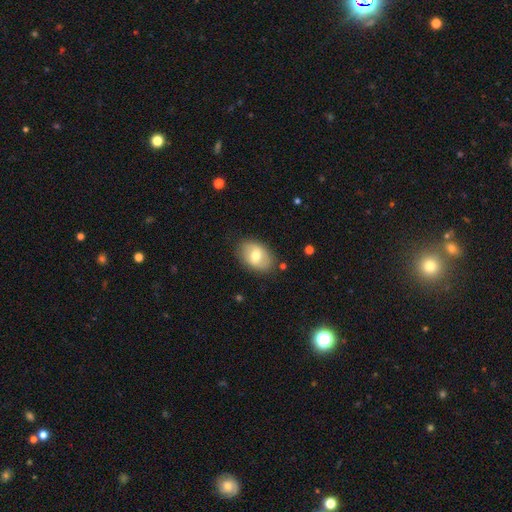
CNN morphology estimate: type=smooth (61%); roundness=in between (84%); merging=none (82%).